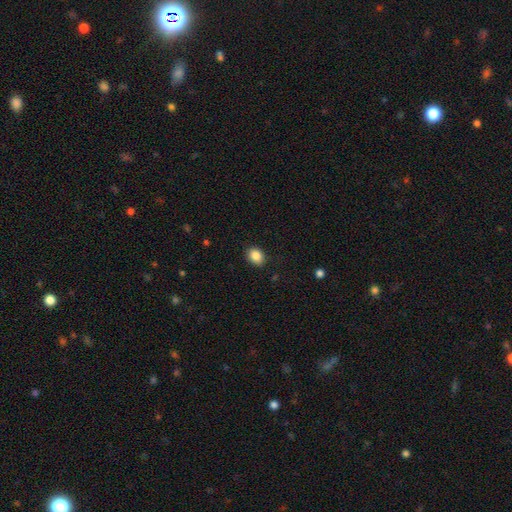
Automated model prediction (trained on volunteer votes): This is clearly a smooth galaxy (86%). How rounded: likely in between (60%). Merging: clearly none (88%).